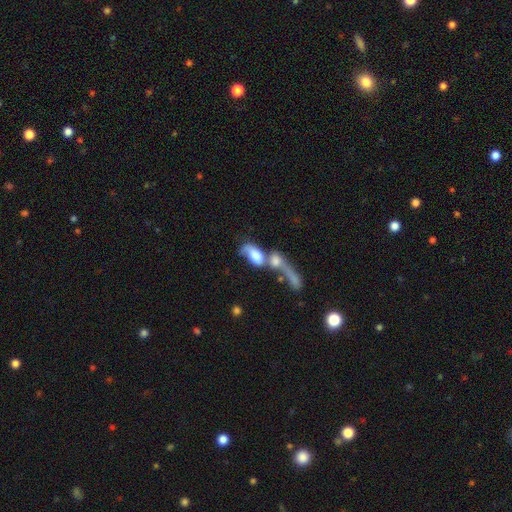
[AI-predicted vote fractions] Smooth or featured? smooth (58%)
How rounded? in between (82%)
Merging? merger (73%)